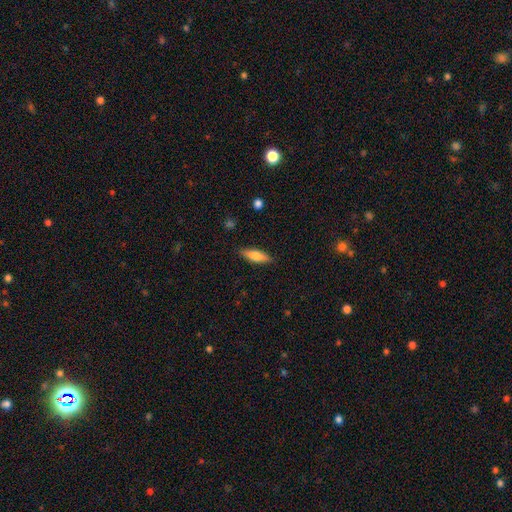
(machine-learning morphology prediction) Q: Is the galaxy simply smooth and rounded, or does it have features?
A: smooth — 66%.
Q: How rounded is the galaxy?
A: cigar-shaped — 55%.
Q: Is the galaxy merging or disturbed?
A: none — 87%.